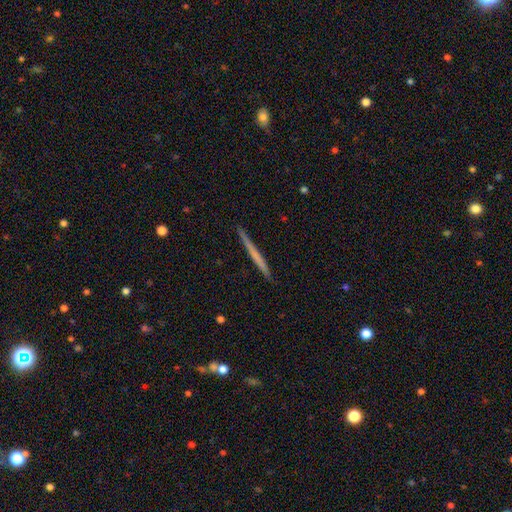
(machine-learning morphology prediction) This appears to be a smooth galaxy with no disk features (50%) that is cigar-shaped (97%). Merging: none (92%).